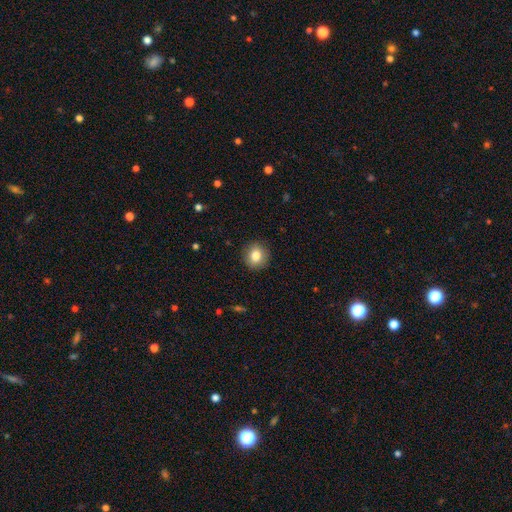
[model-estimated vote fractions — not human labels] Morphology: type=smooth (83%); roundness=round (85%); merging=none (90%).